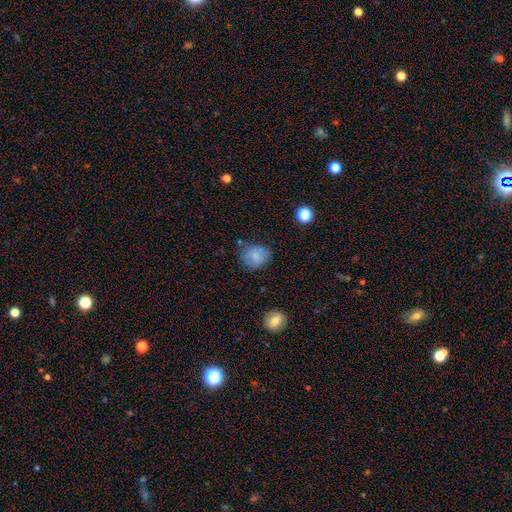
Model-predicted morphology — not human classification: smooth 76%, featured or disk 14%, star or artifact 10%. Down the decision tree: how rounded — round (66%); merging — none (64%).